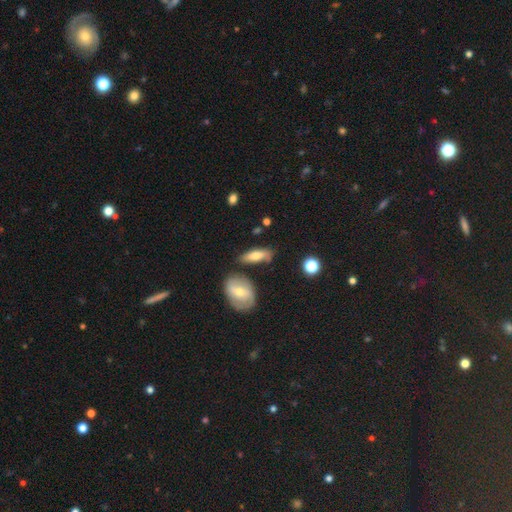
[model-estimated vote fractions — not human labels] Morphology: type=smooth (68%); roundness=in between (62%); merging=none (65%).